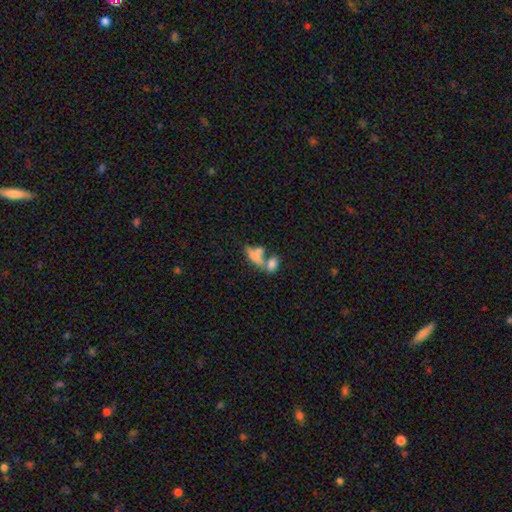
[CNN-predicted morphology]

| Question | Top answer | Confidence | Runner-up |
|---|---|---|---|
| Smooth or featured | smooth | 66% | featured or disk (24%) |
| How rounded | in between | 69% | cigar-shaped (23%) |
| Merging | merger | 56% | none (27%) |